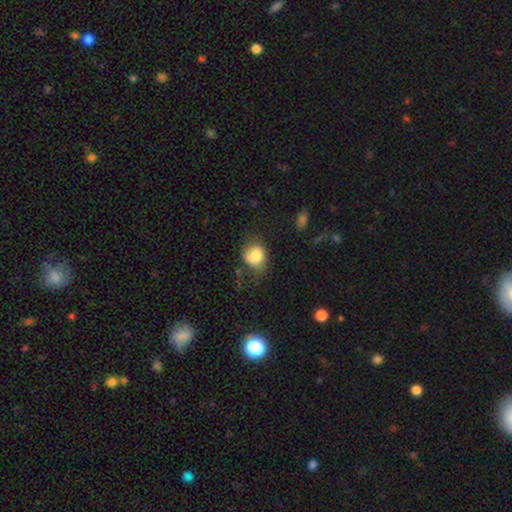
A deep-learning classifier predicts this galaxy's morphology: smooth_or_featured: smooth (p=0.78) [alt: featured or disk p=0.12]
how_rounded: round (p=0.58) [alt: in between p=0.41]
merging: none (p=0.45) [alt: minor disturbance p=0.31]